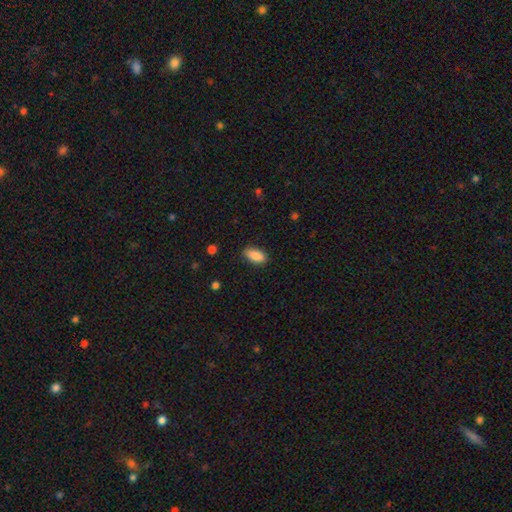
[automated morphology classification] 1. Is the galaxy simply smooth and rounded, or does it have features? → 88% smooth, 7% star or artifact, 5% featured or disk.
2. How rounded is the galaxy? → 88% in between, 10% cigar-shaped, 3% round.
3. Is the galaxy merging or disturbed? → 84% none, 12% minor disturbance, 3% major disturbance, 1% merger.